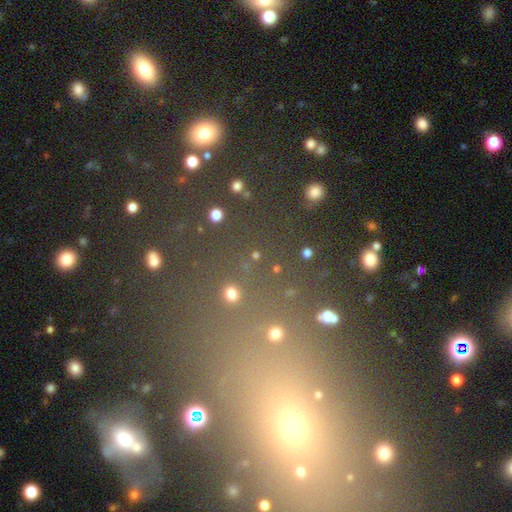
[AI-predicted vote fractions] Morphology: type=star or artifact (52%).